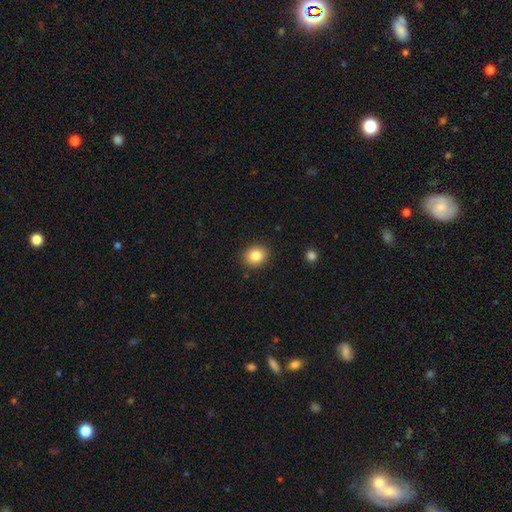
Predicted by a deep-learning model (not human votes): This is clearly a smooth galaxy (84%). How rounded: likely round (67%). Merging: clearly none (89%).